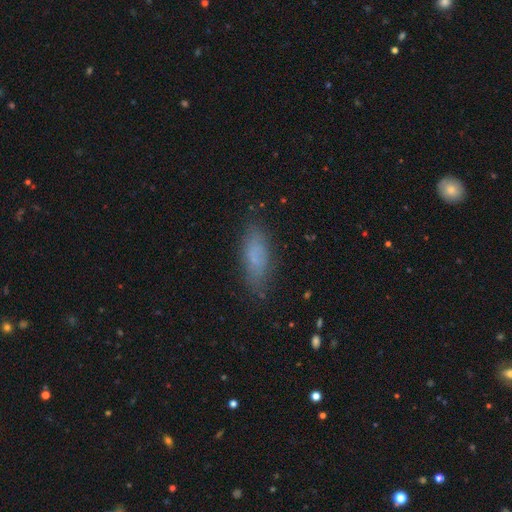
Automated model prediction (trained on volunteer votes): Smooth or featured? Predicted: smooth (p=0.72). How rounded? Predicted: in between (p=0.63). Merging? Predicted: none (p=0.77).